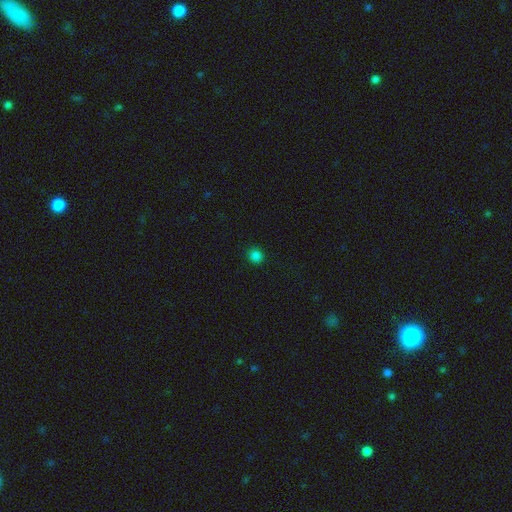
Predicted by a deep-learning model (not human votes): Smooth or featured? Predicted: smooth (p=0.82). How rounded? Predicted: round (p=0.91). Merging? Predicted: none (p=0.91).